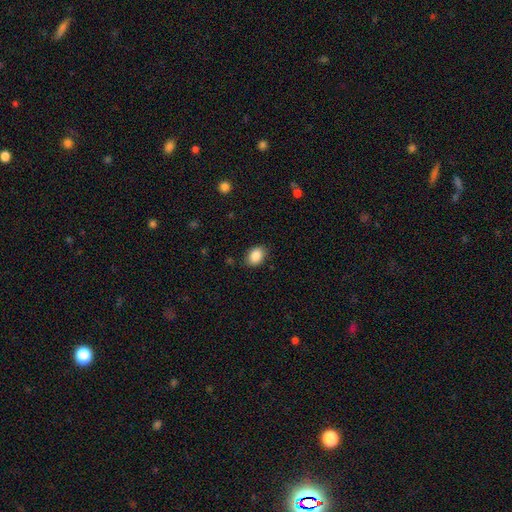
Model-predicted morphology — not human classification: Smooth or featured? smooth (87%)
How rounded? in between (78%)
Merging? none (85%)